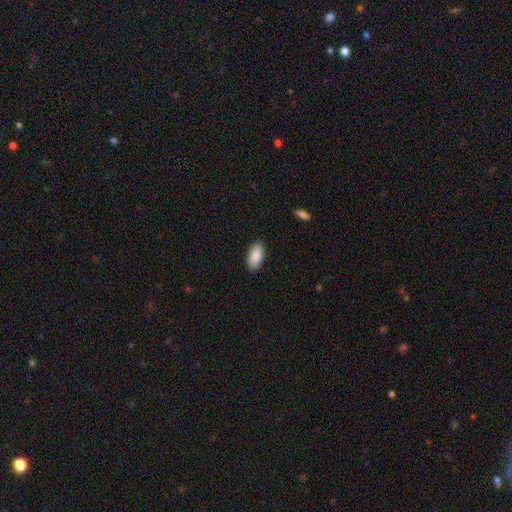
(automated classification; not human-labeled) This appears to be a smooth galaxy with no disk features (90%) that is in between round and cigar-shaped (93%). Merging: none (89%).